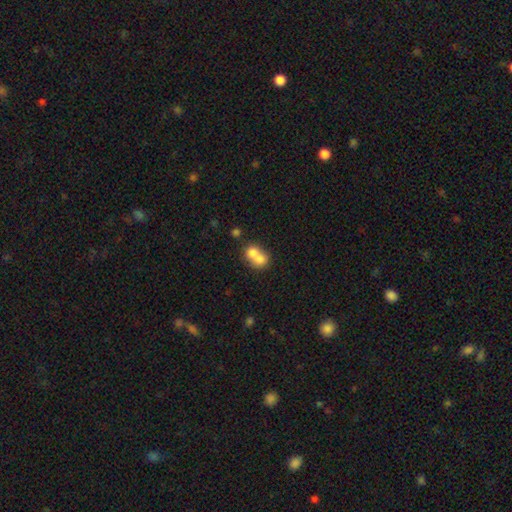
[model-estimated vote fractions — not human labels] smooth_or_featured: smooth (p=0.71) [alt: featured or disk p=0.20]
how_rounded: round (p=0.68) [alt: in between p=0.31]
merging: merger (p=0.72) [alt: none p=0.21]